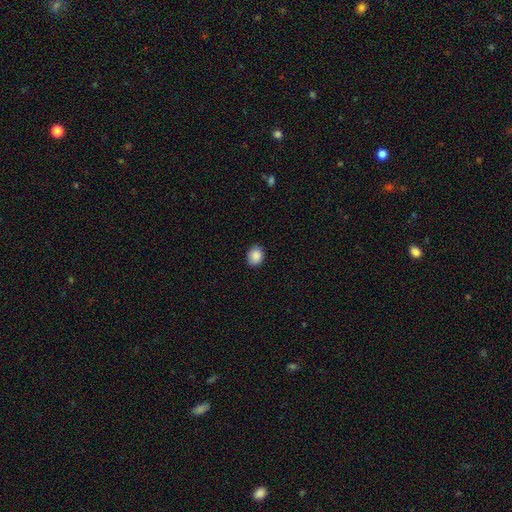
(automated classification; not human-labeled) smooth 89%, star or artifact 8%, featured or disk 3%. Down the decision tree: how rounded — in between (54%); merging — none (87%).